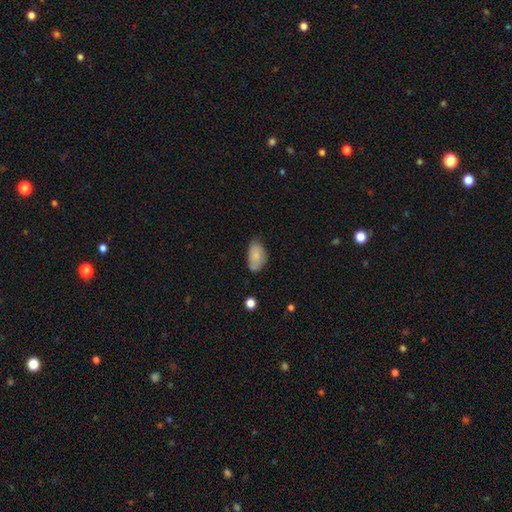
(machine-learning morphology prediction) smooth_or_featured: smooth (p=0.79) [alt: featured or disk p=0.14]
how_rounded: in between (p=0.93) [alt: round p=0.06]
merging: none (p=0.53) [alt: minor disturbance p=0.35]